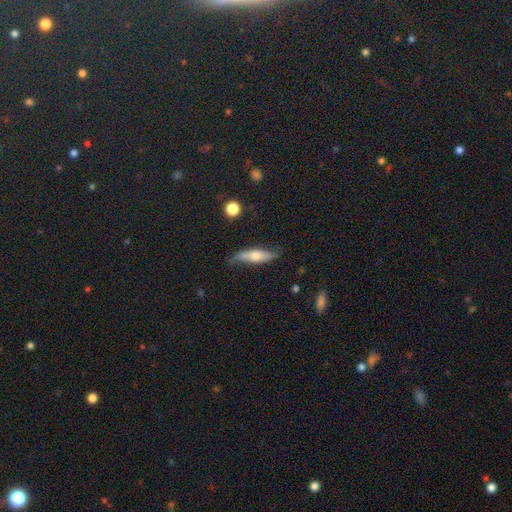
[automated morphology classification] This is possibly a smooth galaxy (49%). Merging: likely none (66%).